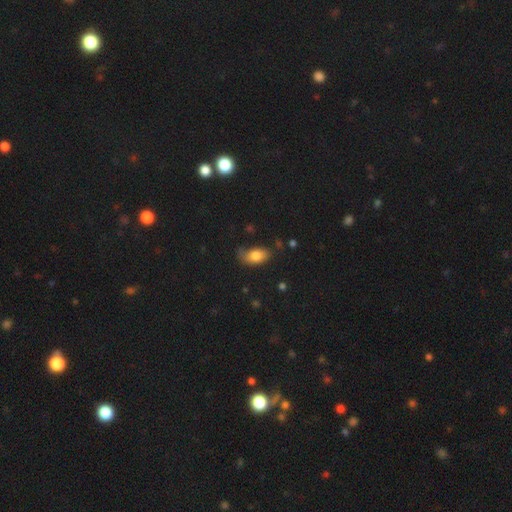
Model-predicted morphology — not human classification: Q: Smooth or featured?
A: smooth (79%); runner-up: featured or disk (13%)
Q: How rounded?
A: in between (90%); runner-up: round (7%)
Q: Merging?
A: none (57%); runner-up: minor disturbance (30%)